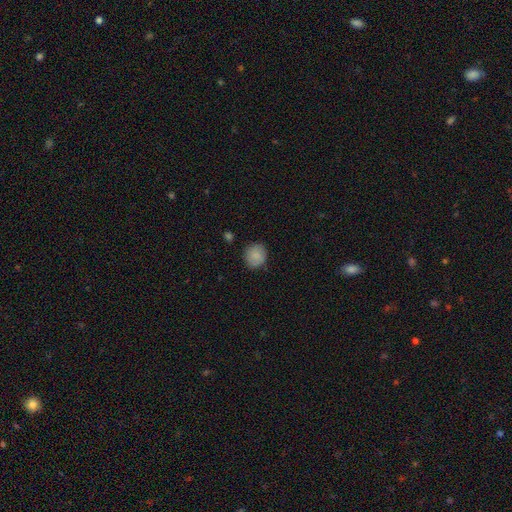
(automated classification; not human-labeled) Smooth or featured: smooth — 86% (star or artifact — 8%)
How rounded: round — 83% (in between — 16%)
Merging: none — 83% (minor disturbance — 13%)